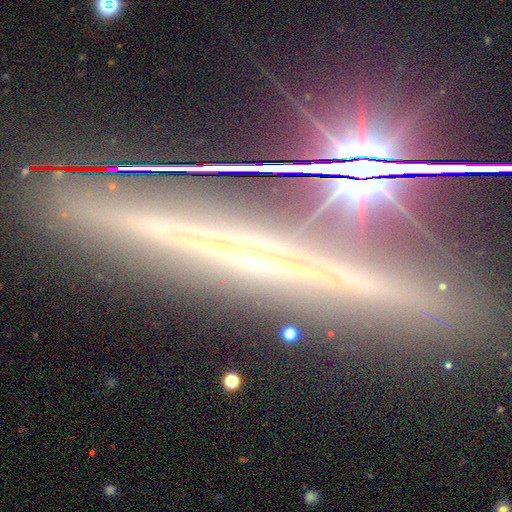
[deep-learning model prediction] A featured or disk galaxy (62%) viewed edge-on (93%) with no central bulge (49%). Merging: none (83%).